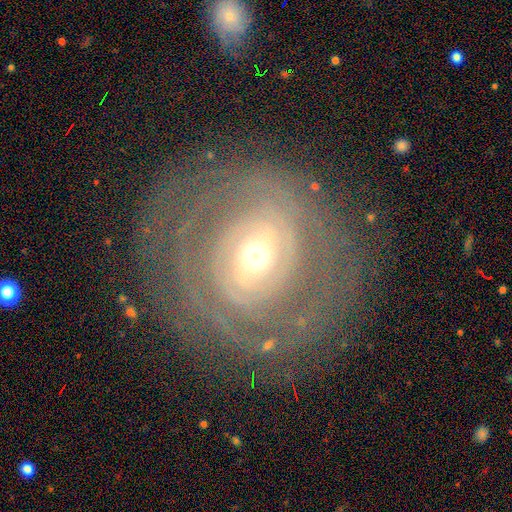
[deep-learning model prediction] A featured or disk galaxy (80%) with a weak bar (40%), tight (76%) spiral arms (76%) and a moderate central bulge (57%).

Vote fractions:
- Smooth or featured? featured or disk: 80% / smooth: 13% / star or artifact: 7%
- Edge-on disk? no: 95% / yes: 5%
- Bar? weak: 40% / no: 33% / strong: 28%
- Spiral arms? yes: 76% / no: 24%
- Spiral winding? tight: 76% / medium: 18% / loose: 6%
- Spiral arm count? can't tell: 45% / 2: 24% / 3: 11% / 4: 8% / more than 4: 6% / 1: 6%
- Bulge size? moderate: 57% / small: 35% / large: 6% / dominant: 1% / none: 1%
- Merging? none: 80% / minor disturbance: 12% / major disturbance: 7% / merger: 1%